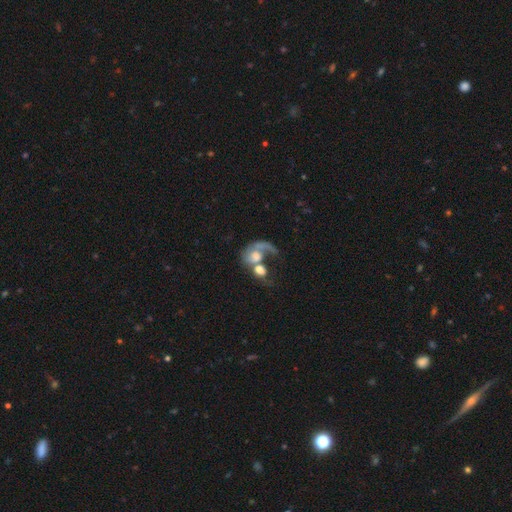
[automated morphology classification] Smooth or featured? Predicted: featured or disk (p=0.55). Edge-on disk? Predicted: no (p=0.97). Bar? Predicted: no (p=0.75). Spiral arms? Predicted: yes (p=0.70). Bulge size? Predicted: moderate (p=0.39). Merging? Predicted: merger (p=0.58).